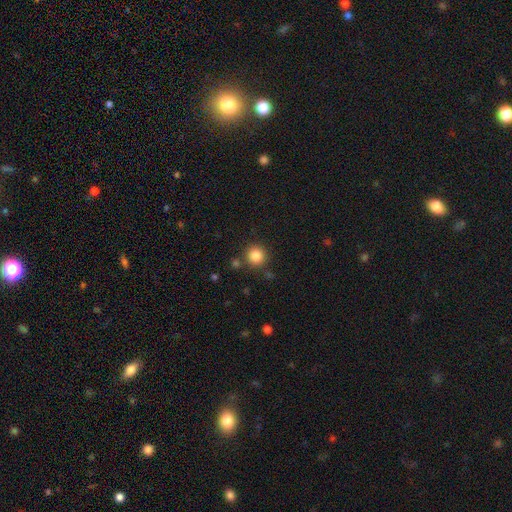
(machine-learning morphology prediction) Smooth or featured: smooth — 85% (star or artifact — 11%)
How rounded: round — 94% (in between — 5%)
Merging: none — 85% (minor disturbance — 7%)